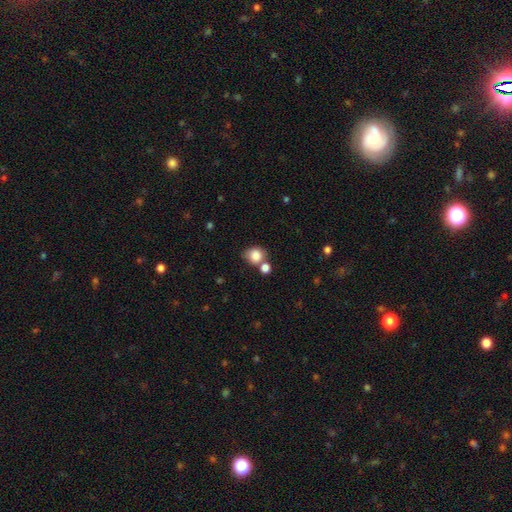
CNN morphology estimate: type=smooth (84%); roundness=round (70%); merging=none (55%).